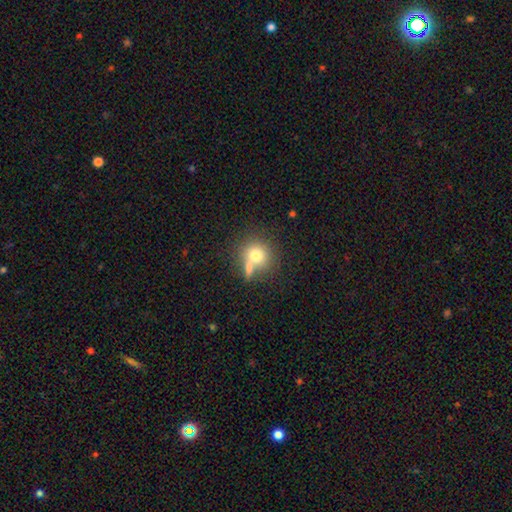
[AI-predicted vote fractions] Smooth or featured? smooth (74%)
How rounded? round (85%)
Merging? none (49%)